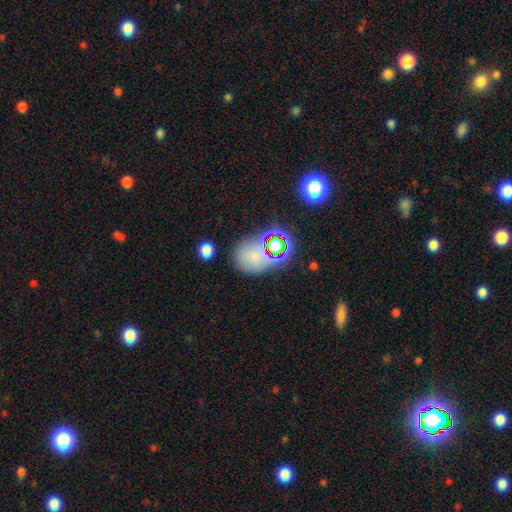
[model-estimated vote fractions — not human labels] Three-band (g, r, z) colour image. It shows a smooth galaxy with no disk features (54%) that is round (55%). Merging: none (63%).